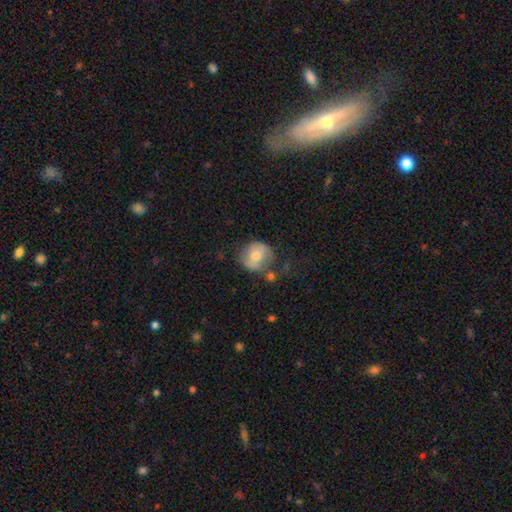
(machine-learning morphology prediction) A smooth galaxy with no disk features (57%) that is round (81%).

Vote fractions:
- Smooth or featured? smooth: 57% / featured or disk: 36% / star or artifact: 7%
- How rounded? round: 81% / in between: 18% / cigar-shaped: 1%
- Merging? none: 55% / minor disturbance: 24% / major disturbance: 12% / merger: 9%